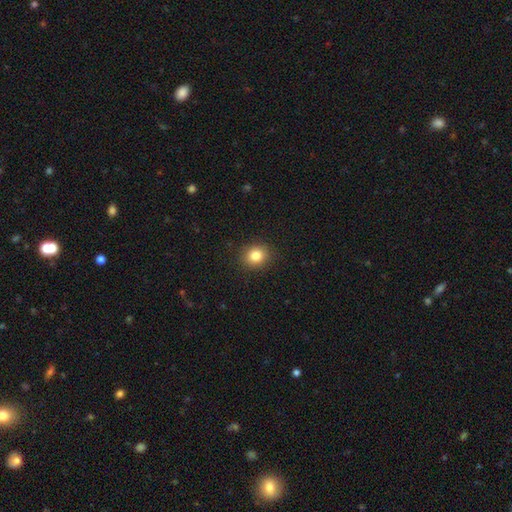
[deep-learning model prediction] Smooth or featured?
  - smooth: 83% *
  - star or artifact: 11%
  - featured or disk: 6%
How rounded?
  - round: 71% *
  - in between: 28%
  - cigar-shaped: 1%
Merging?
  - none: 90% *
  - minor disturbance: 7%
  - major disturbance: 2%
  - merger: 1%